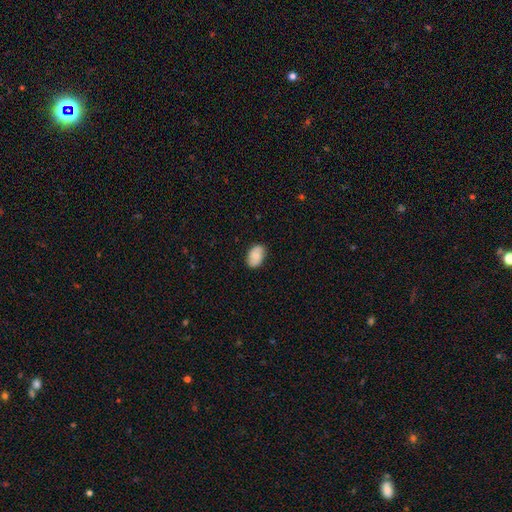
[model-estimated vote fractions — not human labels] Q: Smooth or featured?
A: smooth (73%); runner-up: featured or disk (20%)
Q: How rounded?
A: in between (88%); runner-up: round (10%)
Q: Merging?
A: none (82%); runner-up: minor disturbance (15%)